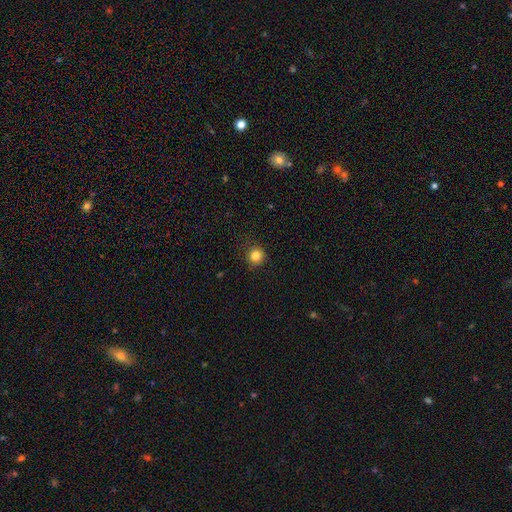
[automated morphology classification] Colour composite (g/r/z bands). It shows a smooth galaxy with no disk features (83%) that is round (93%). Merging: none (88%).